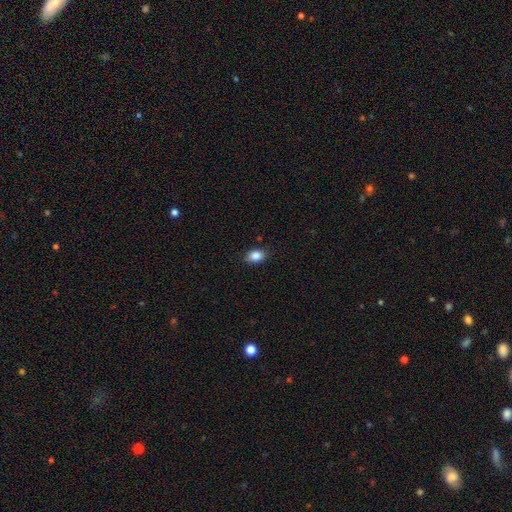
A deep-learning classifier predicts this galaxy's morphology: A smooth galaxy with no disk features (86%) that is in between round and cigar-shaped (81%).

Vote fractions:
- Smooth or featured? smooth: 86% / star or artifact: 8% / featured or disk: 5%
- How rounded? in between: 81% / round: 18% / cigar-shaped: 1%
- Merging? none: 86% / minor disturbance: 11% / major disturbance: 2% / merger: 1%